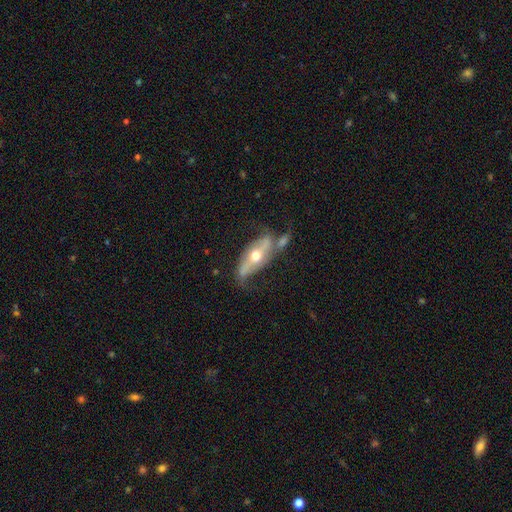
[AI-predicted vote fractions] A featured or disk galaxy (68%). Merging: none (45%).